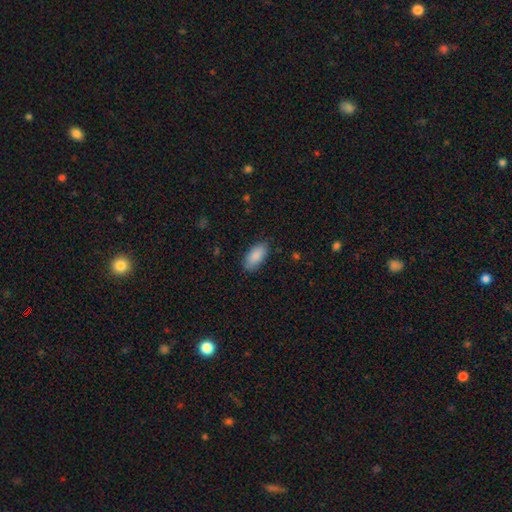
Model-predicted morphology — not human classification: A smooth galaxy with no disk features (89%) that is in between round and cigar-shaped (90%). Merging: none (86%).